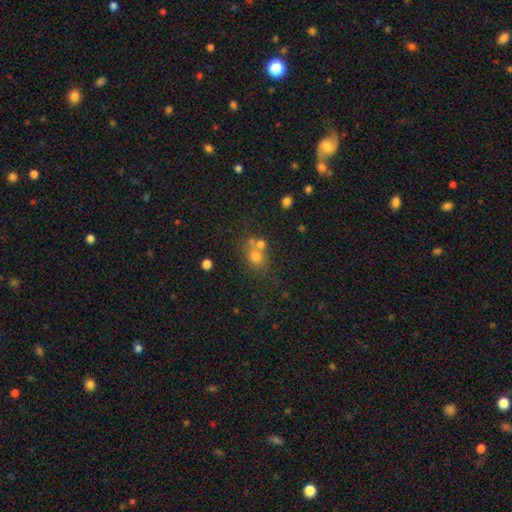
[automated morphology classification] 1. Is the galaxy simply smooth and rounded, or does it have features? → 65% smooth, 19% star or artifact, 15% featured or disk.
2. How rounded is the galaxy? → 65% round, 34% in between, 1% cigar-shaped.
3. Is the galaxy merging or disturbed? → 43% none, 42% merger, 10% minor disturbance, 5% major disturbance.